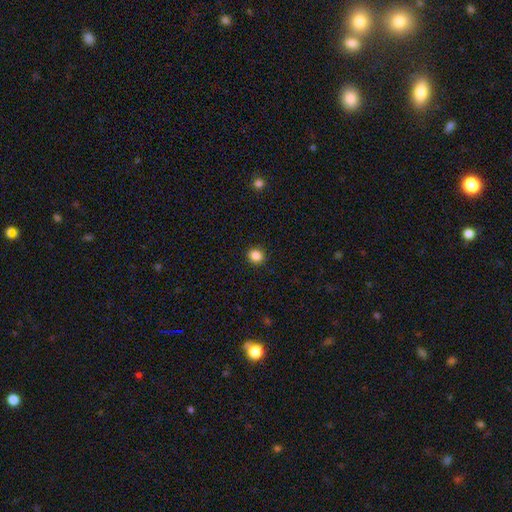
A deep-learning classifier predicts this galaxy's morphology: Smooth or featured?
  - smooth: 86% *
  - star or artifact: 11%
  - featured or disk: 4%
How rounded?
  - round: 81% *
  - in between: 18%
  - cigar-shaped: 1%
Merging?
  - none: 91% *
  - minor disturbance: 6%
  - major disturbance: 2%
  - merger: 1%